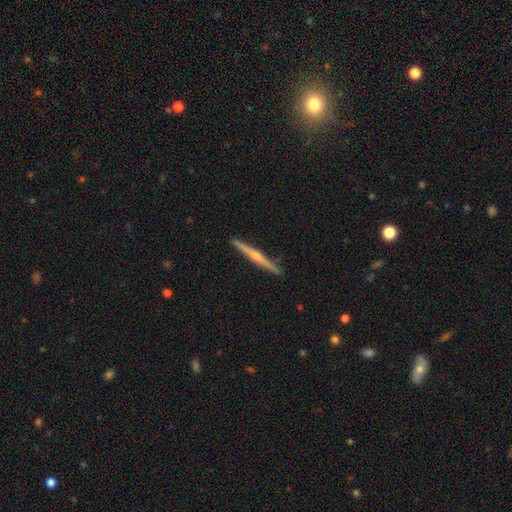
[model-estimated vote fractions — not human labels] The model was most divided on "edge-on bulge": rounded: 63%, none: 29%, boxy: 8%. More confident: edge-on disk — yes (98%); merging — none (92%); smooth or featured — featured or disk (66%).